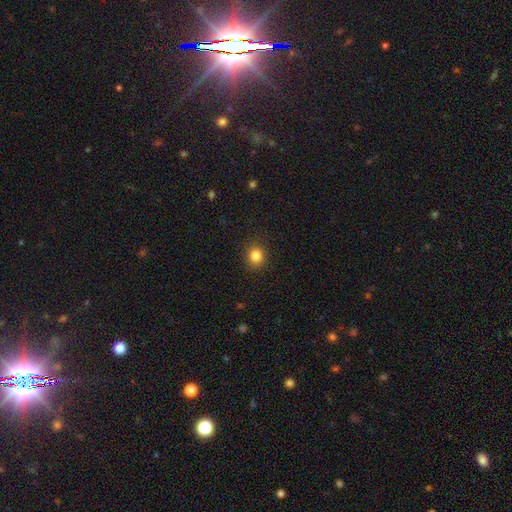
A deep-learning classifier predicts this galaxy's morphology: This appears to be a smooth galaxy with no disk features (84%) that is round (83%). Merging: none (90%).